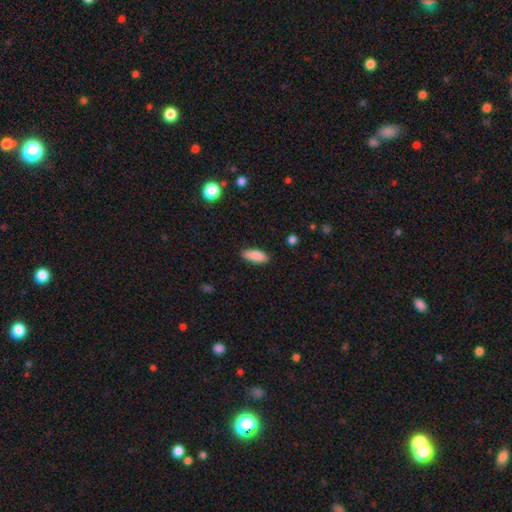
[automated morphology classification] Overall: smooth (88%). How rounded: in between (74%). Merging: none (84%).